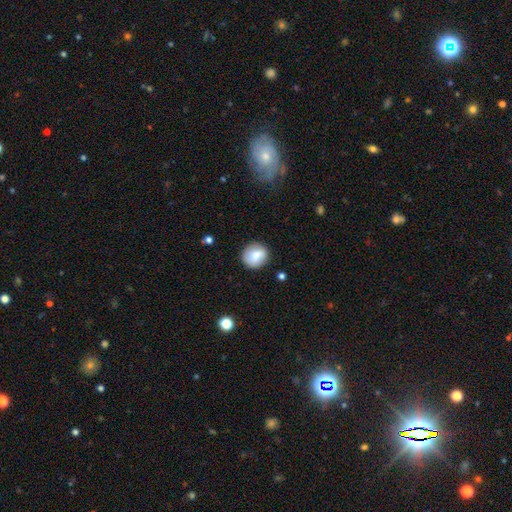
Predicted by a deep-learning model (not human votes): Smooth or featured? smooth (81%)
How rounded? round (86%)
Merging? none (84%)